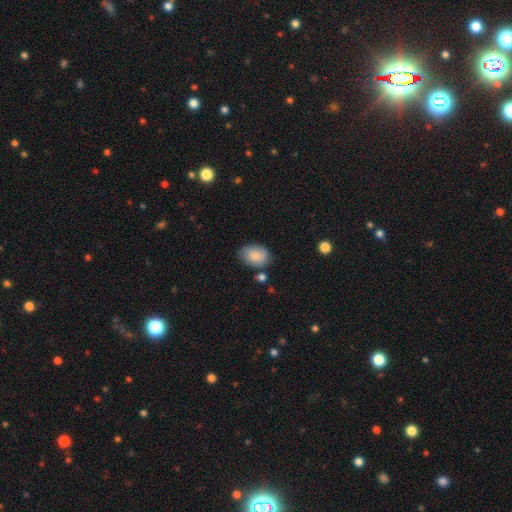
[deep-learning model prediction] smooth_or_featured: smooth (p=0.85) [alt: featured or disk p=0.09]
how_rounded: in between (p=0.79) [alt: round p=0.20]
merging: none (p=0.71) [alt: minor disturbance p=0.19]